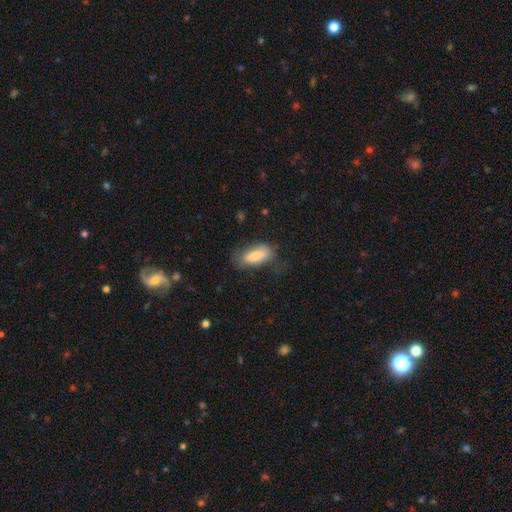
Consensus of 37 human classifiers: Volunteers were most divided on "merging": none: 58%, minor disturbance: 28%, major disturbance: 8%, merger: 6%. More confident: how rounded — in between (83%); smooth or featured — smooth (81%).